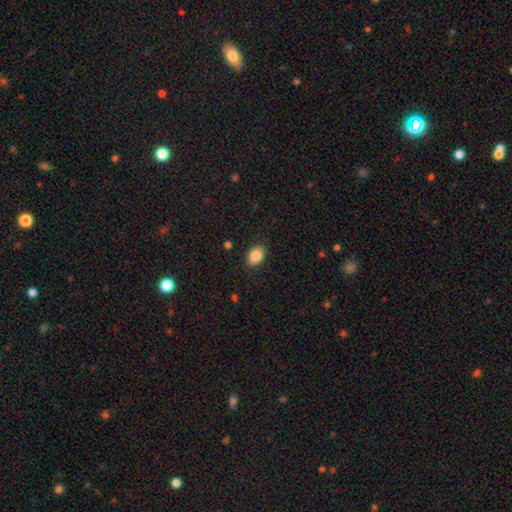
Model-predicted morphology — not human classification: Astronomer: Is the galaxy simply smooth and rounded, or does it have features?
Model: smooth — 85%.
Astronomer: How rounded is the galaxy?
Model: in between — 81%.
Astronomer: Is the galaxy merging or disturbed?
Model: none — 88%.